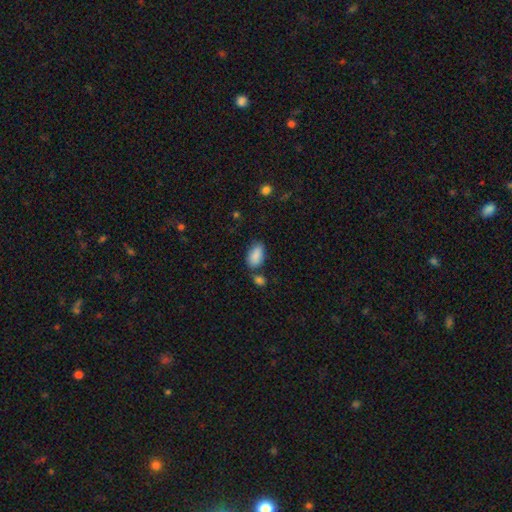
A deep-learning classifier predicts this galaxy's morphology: Smooth or featured? smooth (89%)
How rounded? in between (94%)
Merging? none (66%)